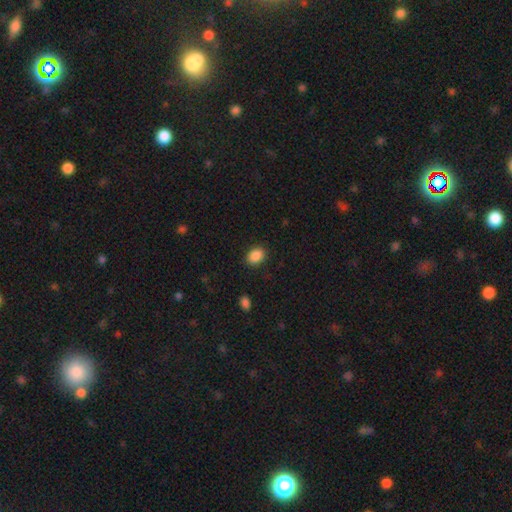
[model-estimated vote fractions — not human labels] Morphology: type=smooth (88%); roundness=in between (71%); merging=none (89%).